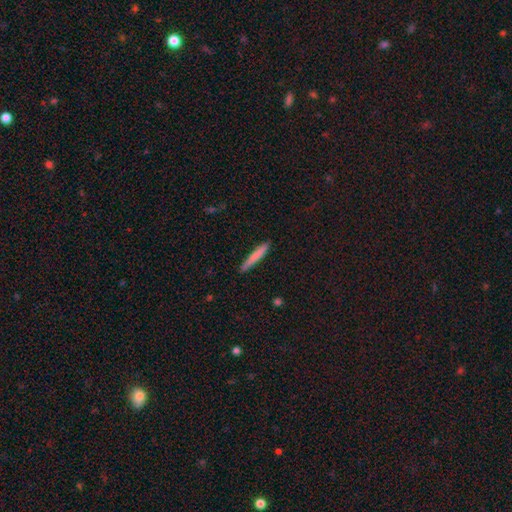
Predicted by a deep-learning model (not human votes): Overall: smooth (77%). How rounded: cigar-shaped (95%). Merging: none (89%).